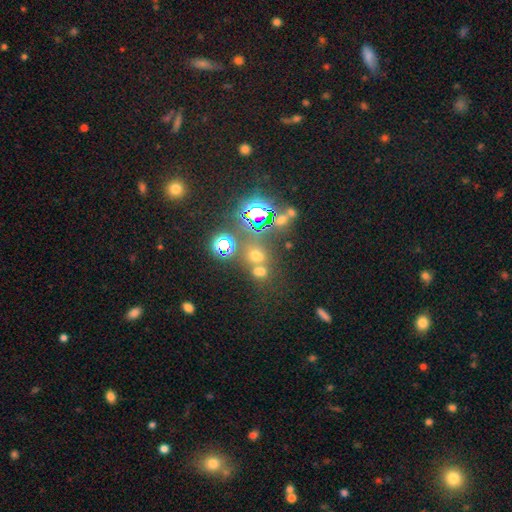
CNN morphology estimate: Smooth or featured: star or artifact — 48% (smooth — 41%)